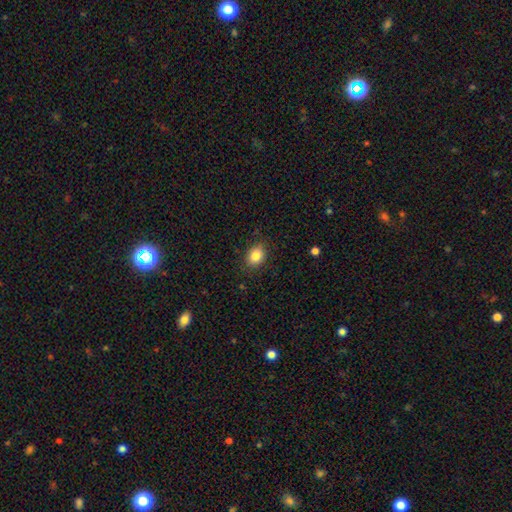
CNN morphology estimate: Smooth or featured? smooth (85%)
How rounded? in between (69%)
Merging? none (85%)